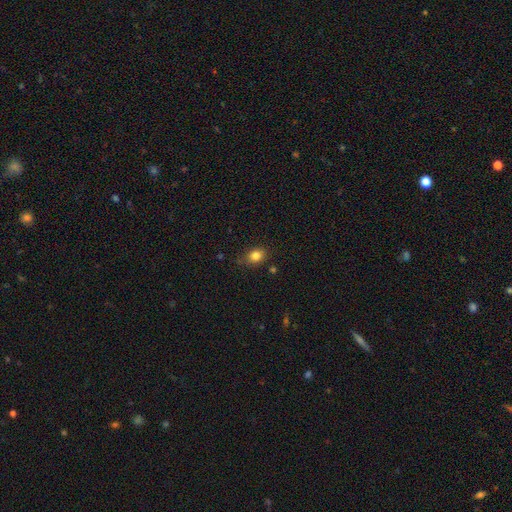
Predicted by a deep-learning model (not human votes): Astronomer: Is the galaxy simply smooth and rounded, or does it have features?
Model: smooth — 83%.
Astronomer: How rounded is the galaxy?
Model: in between — 58% (runner-up: round, 41%).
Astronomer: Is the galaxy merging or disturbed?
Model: none — 77%.